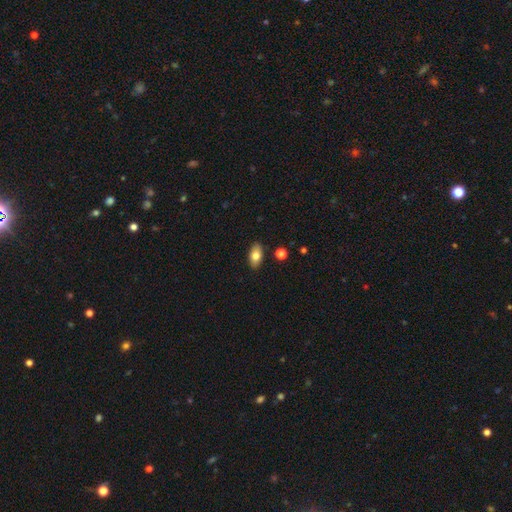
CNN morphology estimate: type=smooth (77%); roundness=in between (91%); merging=none (88%).